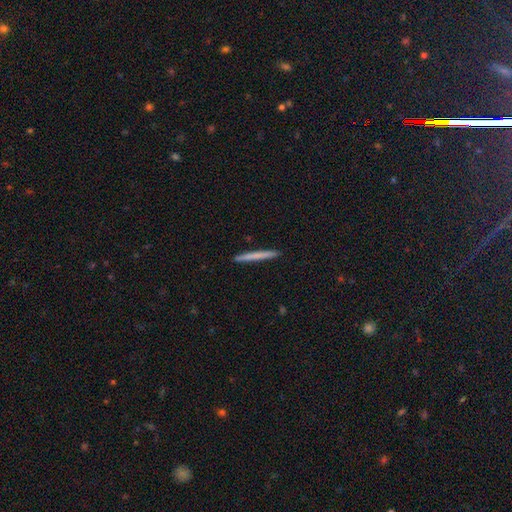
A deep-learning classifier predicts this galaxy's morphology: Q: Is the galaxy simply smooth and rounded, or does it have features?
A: smooth — 69%.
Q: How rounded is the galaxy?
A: cigar-shaped — 97%.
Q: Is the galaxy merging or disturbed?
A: none — 93%.